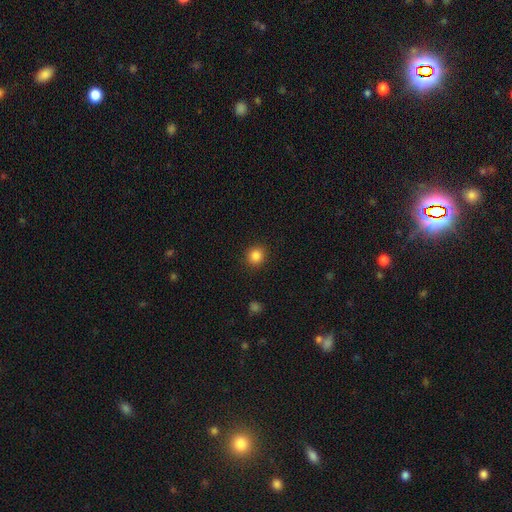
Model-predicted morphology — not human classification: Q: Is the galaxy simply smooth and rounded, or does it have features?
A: smooth — 85%.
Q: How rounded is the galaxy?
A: round — 90%.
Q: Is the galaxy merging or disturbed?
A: none — 91%.